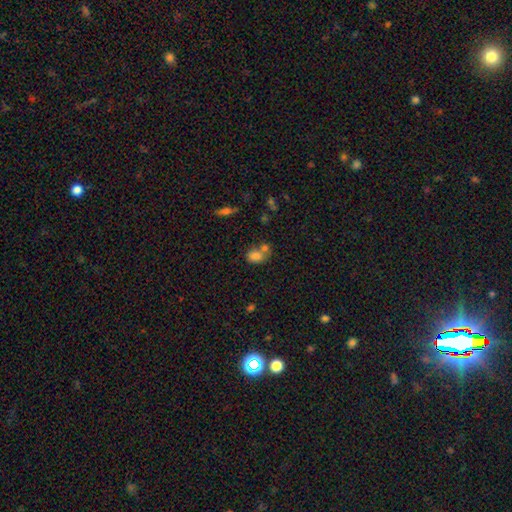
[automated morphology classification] smooth 79%, star or artifact 11%, featured or disk 10%. Down the decision tree: how rounded — in between (68%); merging — merger (44%).